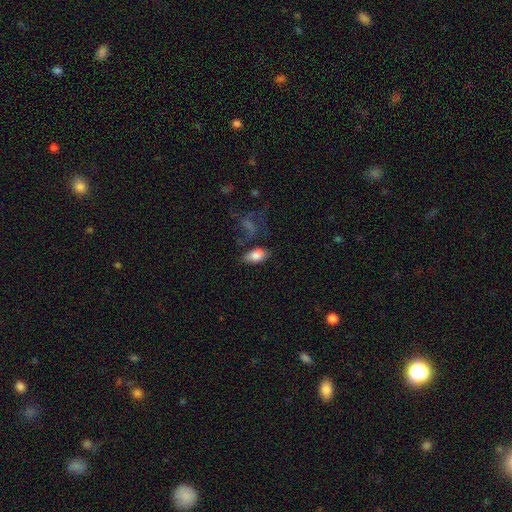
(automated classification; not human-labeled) A smooth galaxy with no disk features (81%) that is in between round and cigar-shaped (91%).

Vote fractions:
- Smooth or featured? smooth: 81% / featured or disk: 10% / star or artifact: 9%
- How rounded? in between: 91% / round: 5% / cigar-shaped: 4%
- Merging? none: 59% / minor disturbance: 21% / major disturbance: 11% / merger: 9%